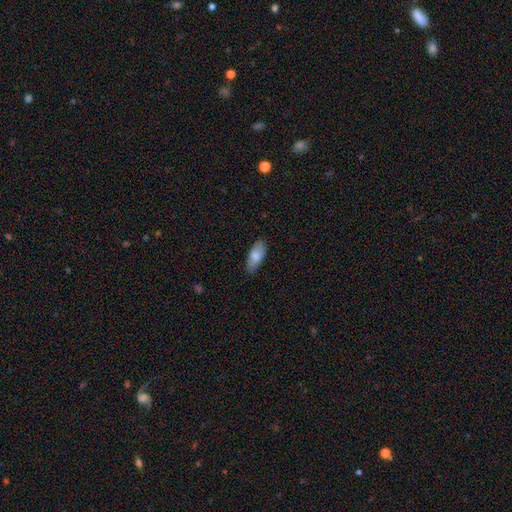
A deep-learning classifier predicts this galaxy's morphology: Overall: smooth (80%). How rounded: in between (85%). Merging: none (82%).